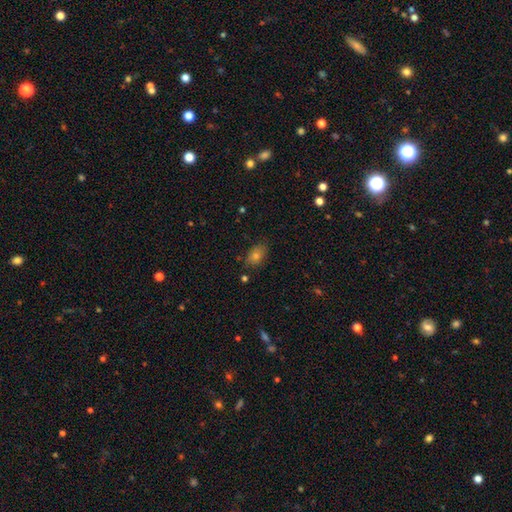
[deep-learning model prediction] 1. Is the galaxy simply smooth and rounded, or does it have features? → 69% smooth, 19% star or artifact, 12% featured or disk.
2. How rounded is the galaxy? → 78% in between, 19% round, 3% cigar-shaped.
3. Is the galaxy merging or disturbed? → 79% none, 15% minor disturbance, 3% major disturbance, 2% merger.